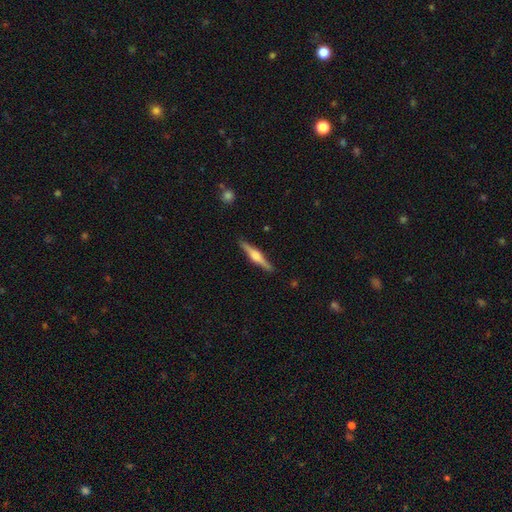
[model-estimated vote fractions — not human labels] The model was most divided on "smooth or featured": featured or disk: 71%, smooth: 24%, star or artifact: 6%. More confident: edge-on disk — yes (98%); merging — none (90%); edge-on bulge — rounded (84%).